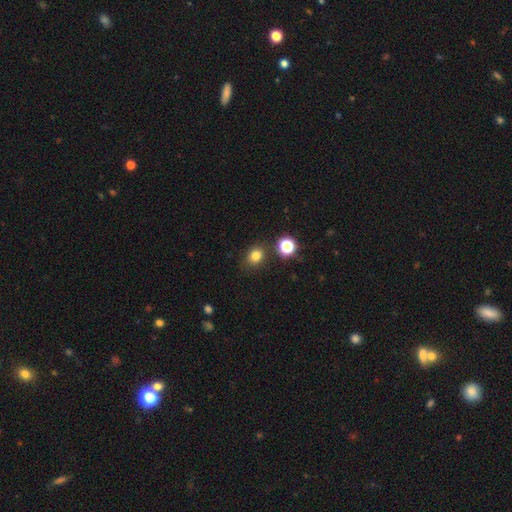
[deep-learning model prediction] Overall: smooth (79%). How rounded: round (65%; in between 34%). Merging: none (82%).